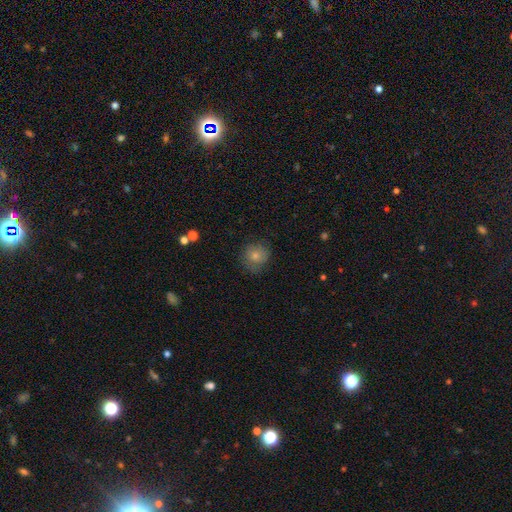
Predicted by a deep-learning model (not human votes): A smooth galaxy with no disk features (77%) that is round (87%).

Vote fractions:
- Smooth or featured? smooth: 77% / featured or disk: 13% / star or artifact: 9%
- How rounded? round: 87% / in between: 12% / cigar-shaped: 1%
- Merging? none: 74% / minor disturbance: 18% / major disturbance: 6% / merger: 1%